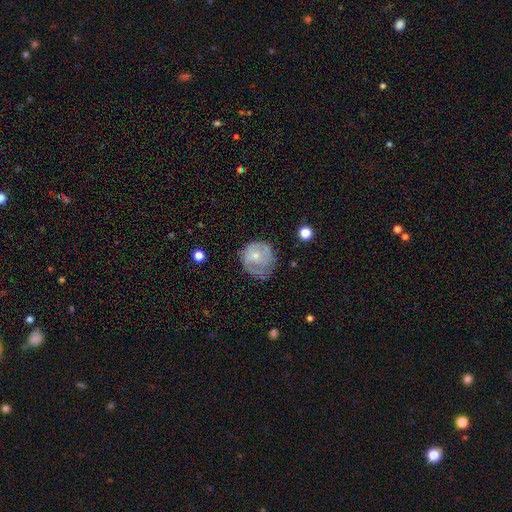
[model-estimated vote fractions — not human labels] This appears to be a smooth galaxy with no disk features (48%). Merging: none (49%).